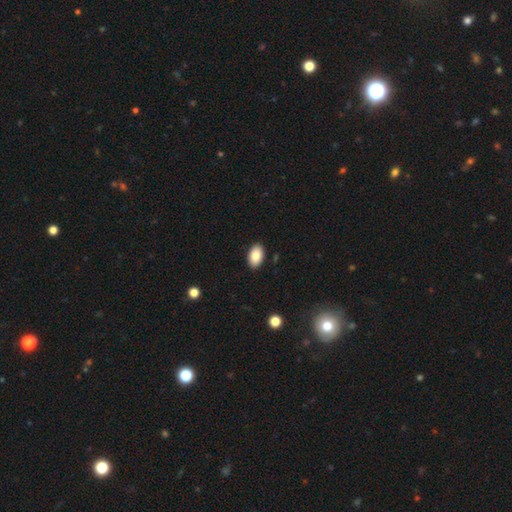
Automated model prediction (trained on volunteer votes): Smooth or featured: smooth — 87% (star or artifact — 7%)
How rounded: in between — 93% (round — 6%)
Merging: none — 89% (minor disturbance — 8%)